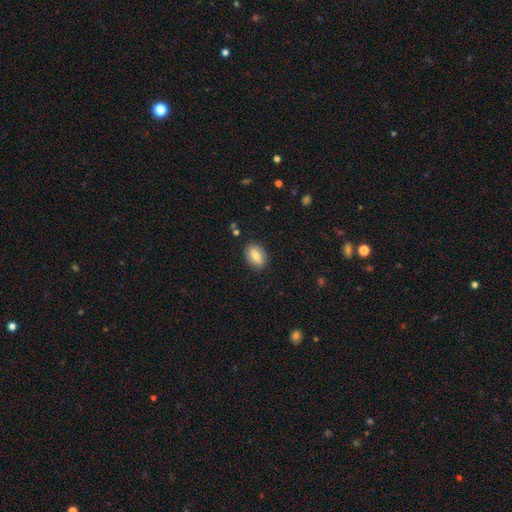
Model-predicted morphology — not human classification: Smooth or featured: smooth — 73% (featured or disk — 19%)
How rounded: in between — 82% (round — 16%)
Merging: none — 88% (minor disturbance — 9%)